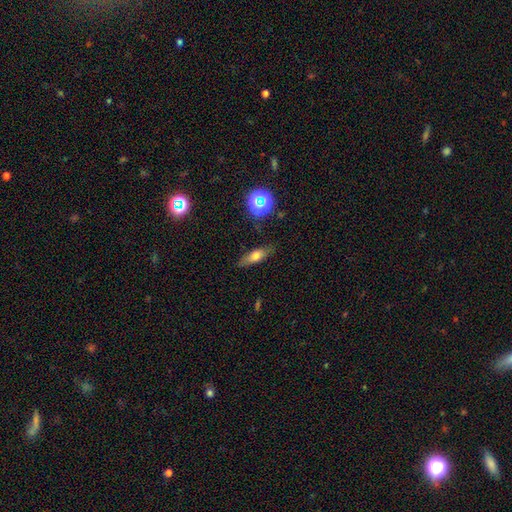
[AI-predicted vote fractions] Morphology: type=smooth (63%); roundness=in between (52%); merging=none (82%).